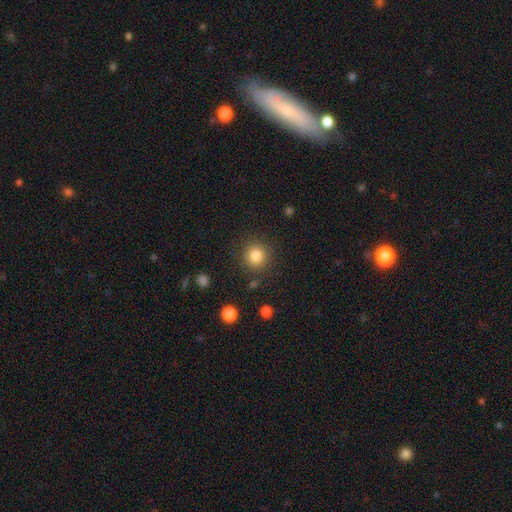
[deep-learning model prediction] smooth_or_featured: smooth (p=0.84) [alt: star or artifact p=0.11]
how_rounded: round (p=0.92) [alt: in between p=0.07]
merging: none (p=0.88) [alt: minor disturbance p=0.07]